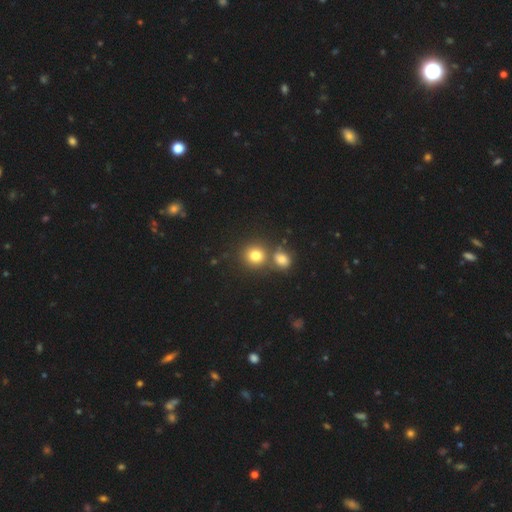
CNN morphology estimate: A smooth galaxy with no disk features (78%) that is round (87%).

Vote fractions:
- Smooth or featured? smooth: 78% / star or artifact: 13% / featured or disk: 8%
- How rounded? round: 87% / in between: 12% / cigar-shaped: 1%
- Merging? none: 61% / merger: 28% / minor disturbance: 7% / major disturbance: 3%